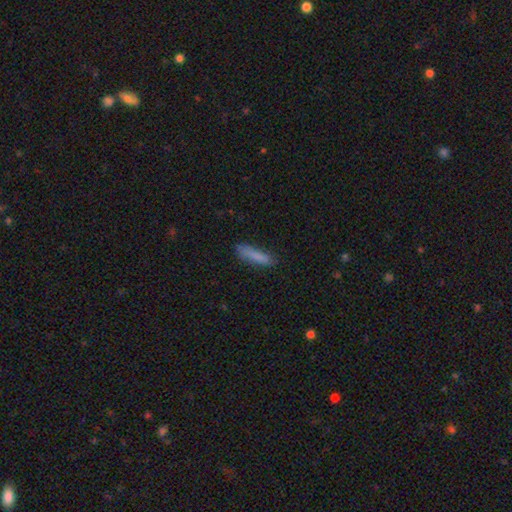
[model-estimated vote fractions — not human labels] Overall: smooth (82%). How rounded: cigar-shaped (82%). Merging: none (74%).